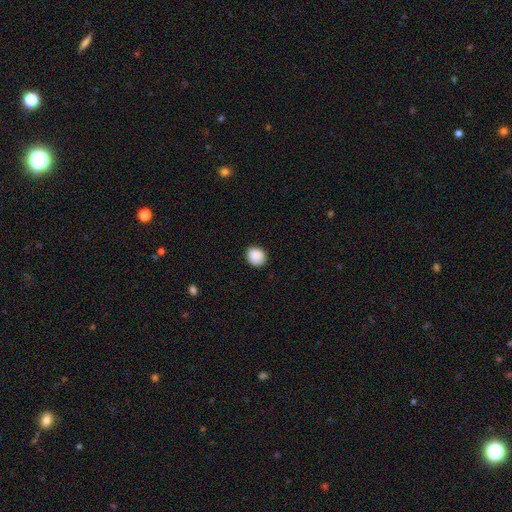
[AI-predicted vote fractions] A smooth galaxy with no disk features (89%) that is round (67%). Merging: none (85%).